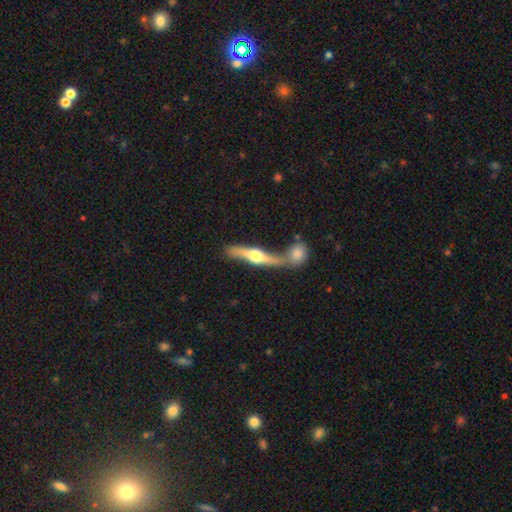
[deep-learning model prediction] Overall: featured or disk (72%). Edge-on disk: yes (89%). Edge-on bulge: rounded (94%). Merging: none (49%; merger 36%).